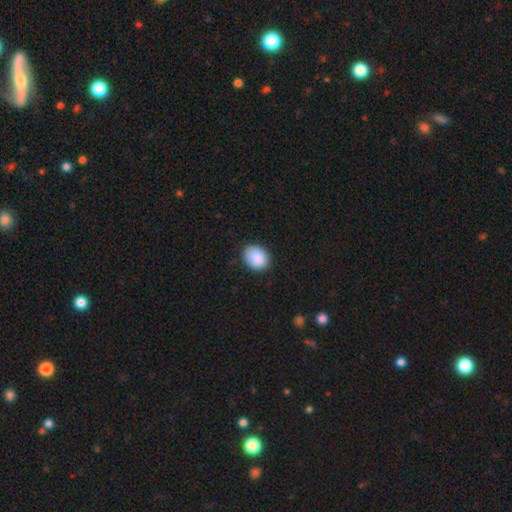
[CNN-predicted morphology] This appears to be a smooth galaxy with no disk features (88%) that is in between round and cigar-shaped (52%). Merging: none (85%).